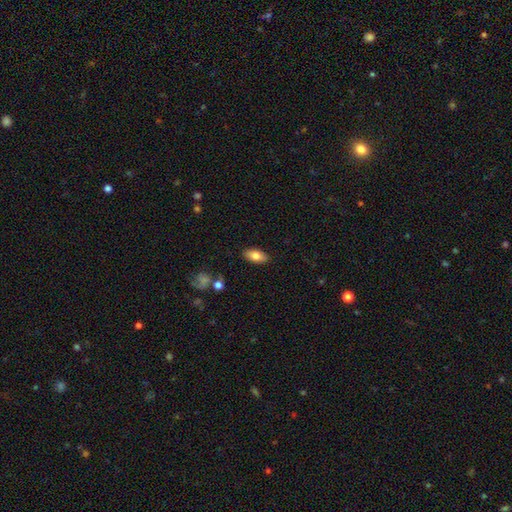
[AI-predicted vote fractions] Morphology: type=smooth (79%); roundness=in between (89%); merging=none (86%).